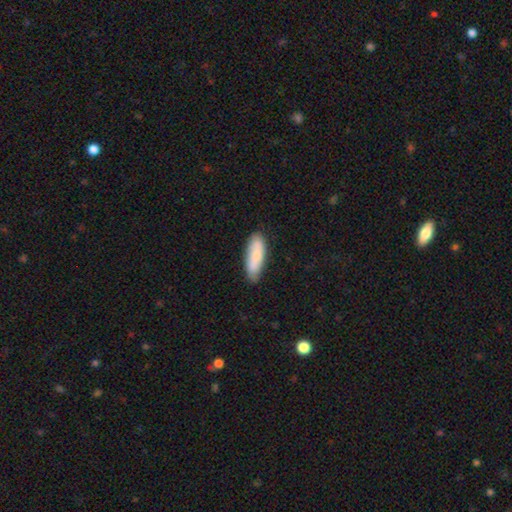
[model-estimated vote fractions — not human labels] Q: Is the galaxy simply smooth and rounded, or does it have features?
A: smooth — 78%.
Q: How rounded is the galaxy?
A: in between — 55%.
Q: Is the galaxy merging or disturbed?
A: none — 81%.